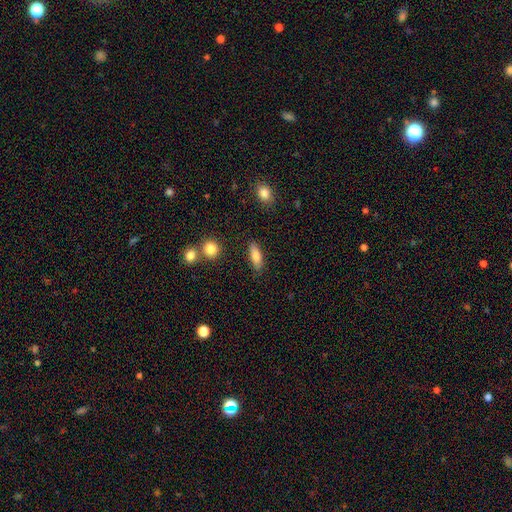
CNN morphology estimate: Smooth or featured? Predicted: smooth (p=0.80). How rounded? Predicted: in between (p=0.63). Merging? Predicted: none (p=0.83).